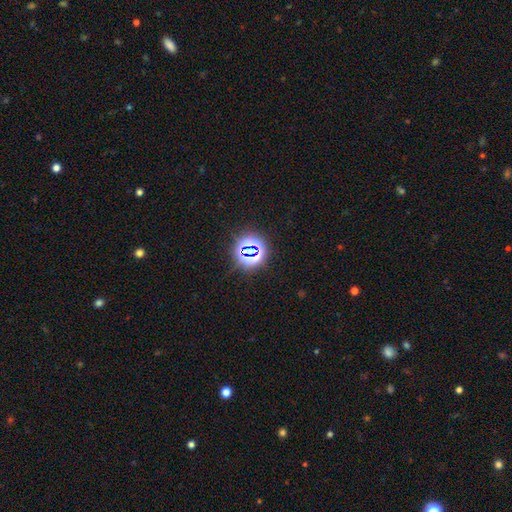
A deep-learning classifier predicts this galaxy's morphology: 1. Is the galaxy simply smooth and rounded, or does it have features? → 73% star or artifact, 19% smooth, 9% featured or disk.